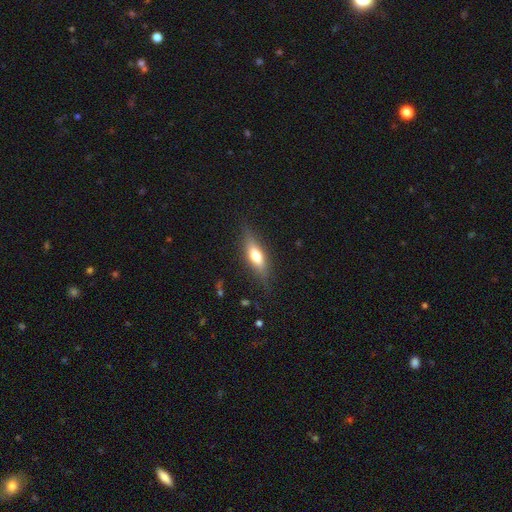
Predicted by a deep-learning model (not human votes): Overall: smooth (59%; featured or disk 33%). How rounded: in between (49%; cigar-shaped 48%). Merging: none (80%).